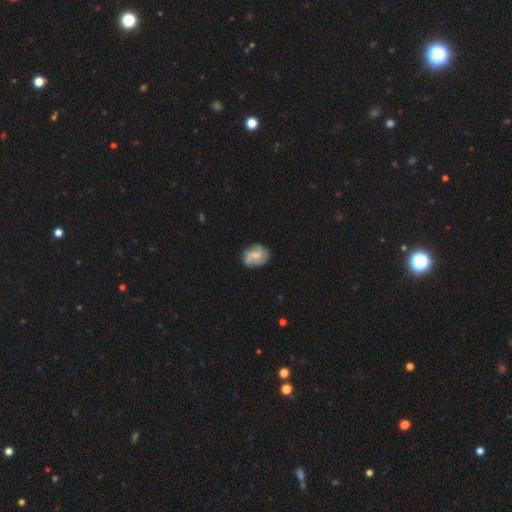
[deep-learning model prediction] A featured or disk galaxy (55%) with no bar (54%), spiral arms (83%) and a small central bulge (42%). Merging: none (67%).